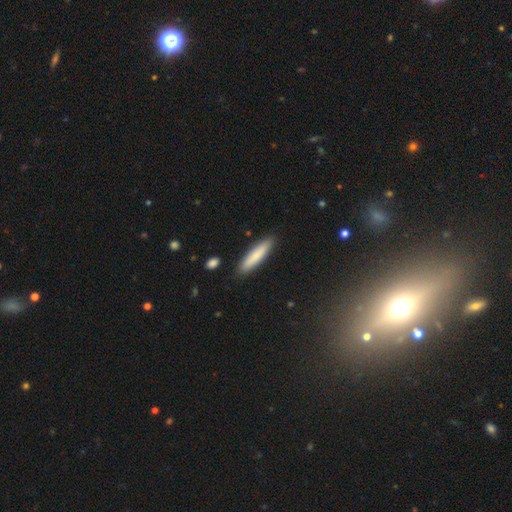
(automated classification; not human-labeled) Overall: smooth (81%). How rounded: cigar-shaped (82%). Merging: none (89%).